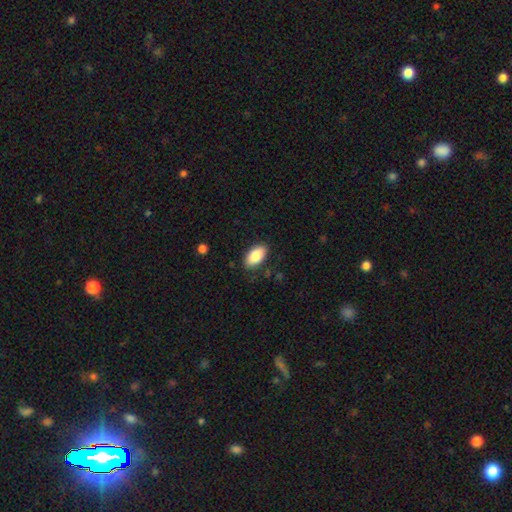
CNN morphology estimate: smooth_or_featured: smooth (p=0.85) [alt: featured or disk p=0.08]
how_rounded: in between (p=0.94) [alt: round p=0.03]
merging: none (p=0.85) [alt: minor disturbance p=0.11]